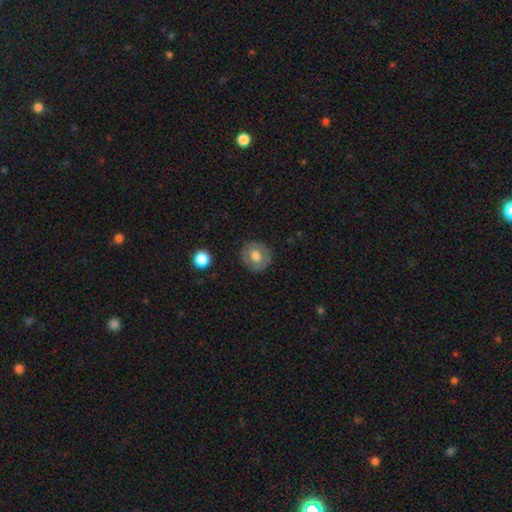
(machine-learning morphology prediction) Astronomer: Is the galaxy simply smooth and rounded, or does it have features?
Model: smooth — 64%.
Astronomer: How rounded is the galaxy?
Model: round — 84%.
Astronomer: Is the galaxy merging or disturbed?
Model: none — 83%.